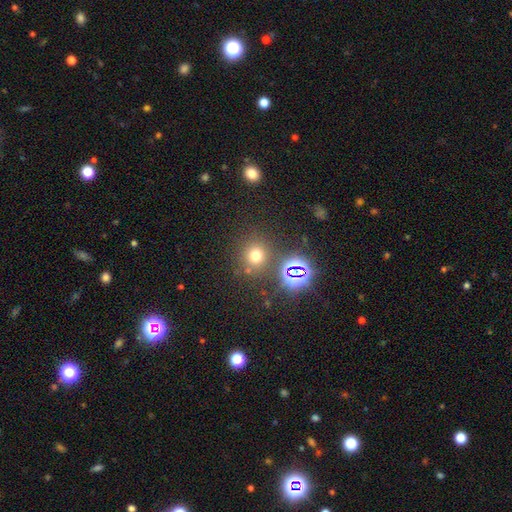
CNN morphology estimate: Smooth or featured? smooth (64%)
How rounded? round (88%)
Merging? none (80%)